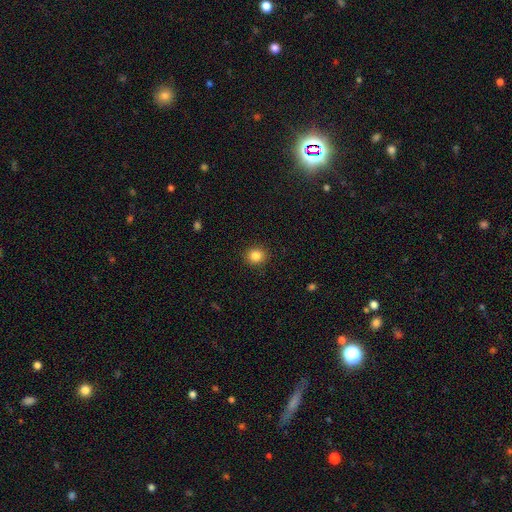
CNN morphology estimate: type=smooth (85%); roundness=round (84%); merging=none (91%).